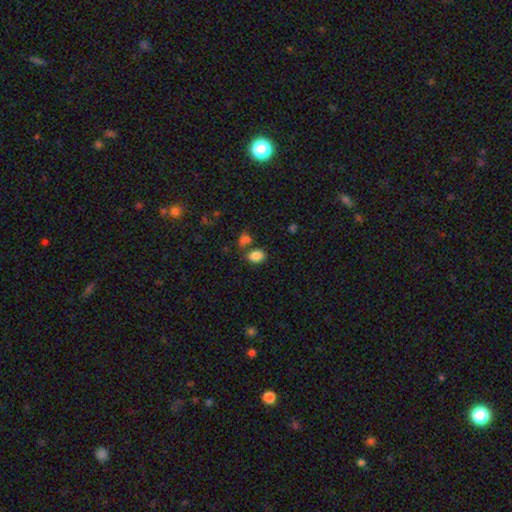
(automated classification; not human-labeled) Q: Smooth or featured?
A: smooth (85%); runner-up: star or artifact (10%)
Q: How rounded?
A: in between (71%); runner-up: round (28%)
Q: Merging?
A: none (69%); runner-up: merger (16%)